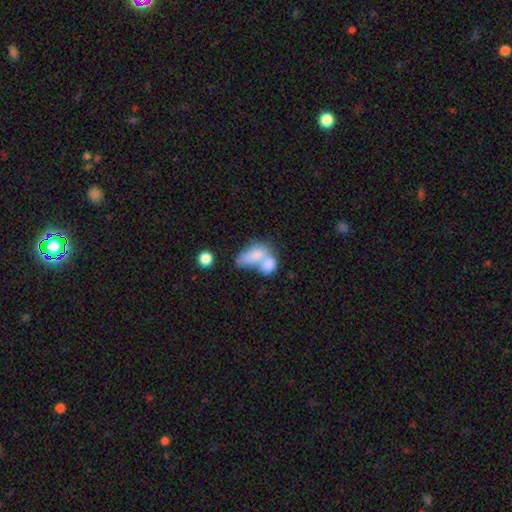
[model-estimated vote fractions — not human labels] Smooth or featured: smooth — 73% (featured or disk — 20%)
How rounded: in between — 86% (round — 9%)
Merging: merger — 70% (none — 14%)